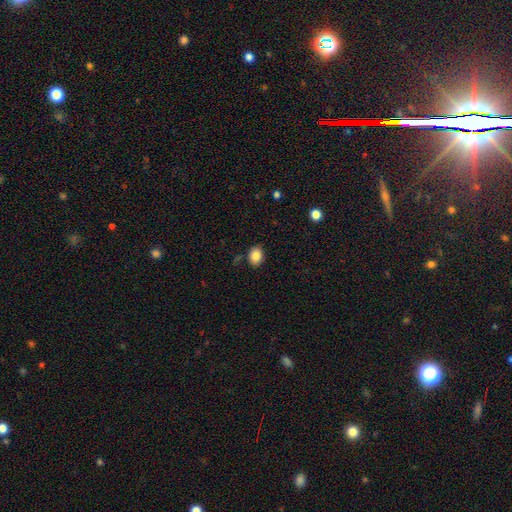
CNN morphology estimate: Smooth or featured: smooth — 85% (star or artifact — 9%)
How rounded: in between — 66% (round — 33%)
Merging: none — 86% (minor disturbance — 10%)